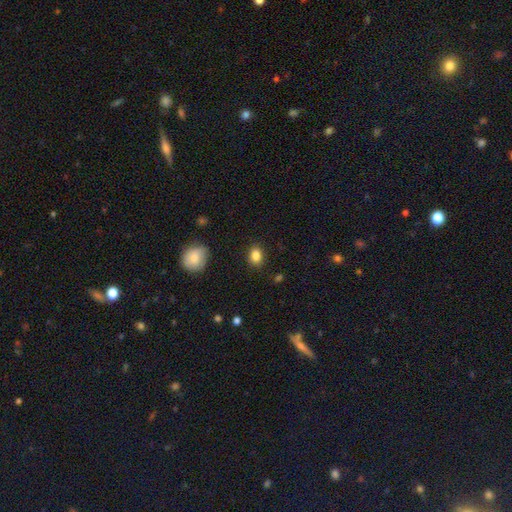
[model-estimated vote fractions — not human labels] Overall: smooth (85%). How rounded: in between (55%; round 44%). Merging: none (87%).